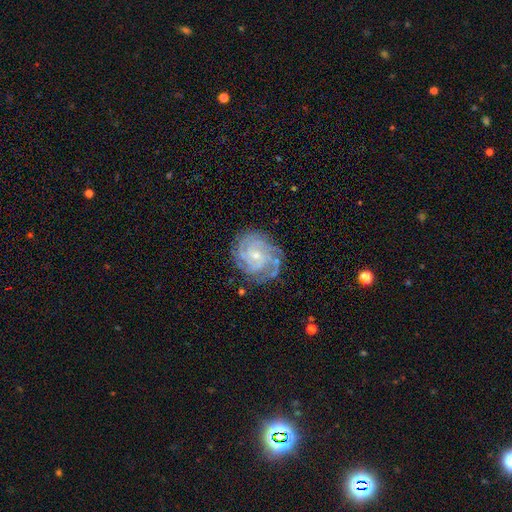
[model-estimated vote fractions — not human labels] A featured or disk galaxy (84%) with no bar (65%), can't tell (28%, tied with 4) tight (68%) spiral arms (96%) and a small central bulge (68%).

Vote fractions:
- Smooth or featured? featured or disk: 84% / smooth: 9% / star or artifact: 7%
- Edge-on disk? no: 98% / yes: 2%
- Bar? no: 65% / weak: 30% / strong: 5%
- Spiral arms? yes: 96% / no: 4%
- Spiral winding? tight: 68% / medium: 27% / loose: 6%
- Spiral arm count? can't tell: 28% (tied) / 4: 28% (tied) / 3: 18% / 2: 10% / more than 4: 10% / 1: 6%
- Bulge size? small: 68% / moderate: 28% / none: 2% / large: 1% / dominant: 1%
- Merging? none: 73% / minor disturbance: 18% / major disturbance: 7% / merger: 2%